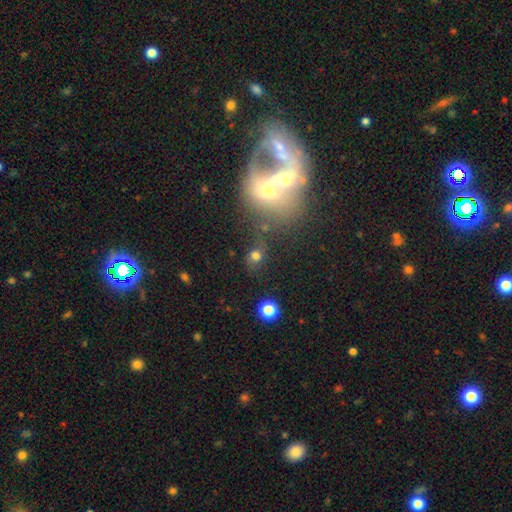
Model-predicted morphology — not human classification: smooth 71%, star or artifact 18%, featured or disk 11%. Down the decision tree: how rounded — round (69%); merging — none (56%).